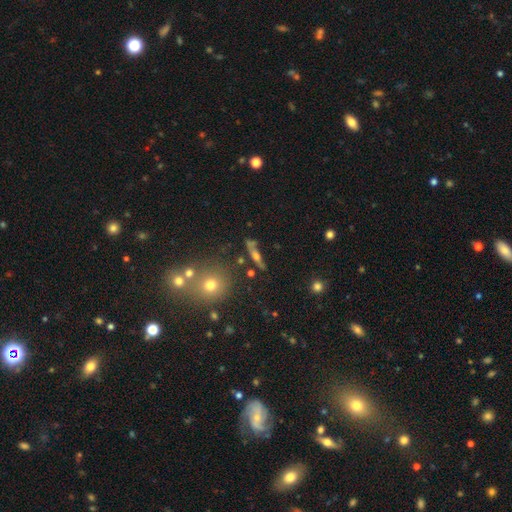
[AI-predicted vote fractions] A featured or disk galaxy (54%) viewed edge-on (86%).

Vote fractions:
- Smooth or featured? featured or disk: 54% / smooth: 33% / star or artifact: 13%
- Edge-on disk? yes: 86% / no: 14%
- Merging? none: 72% / minor disturbance: 13% / merger: 9% / major disturbance: 5%